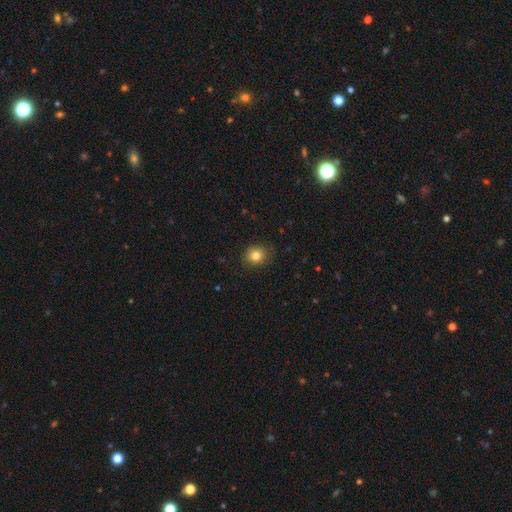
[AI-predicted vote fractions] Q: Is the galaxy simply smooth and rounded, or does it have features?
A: smooth — 81%.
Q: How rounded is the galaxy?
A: round — 78%.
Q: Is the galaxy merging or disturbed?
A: none — 87%.